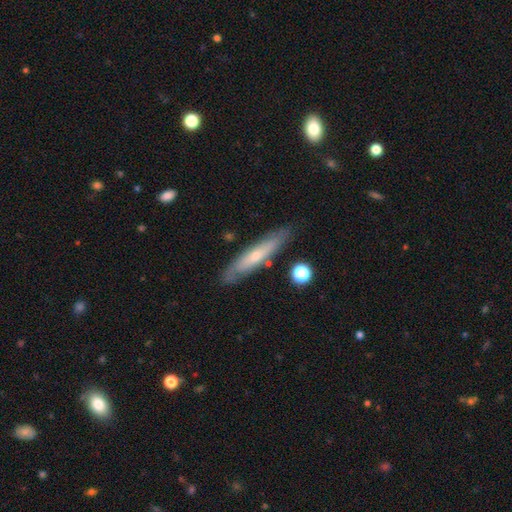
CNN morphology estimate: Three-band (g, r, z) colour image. It shows a featured or disk galaxy (49%). Merging: none (81%).